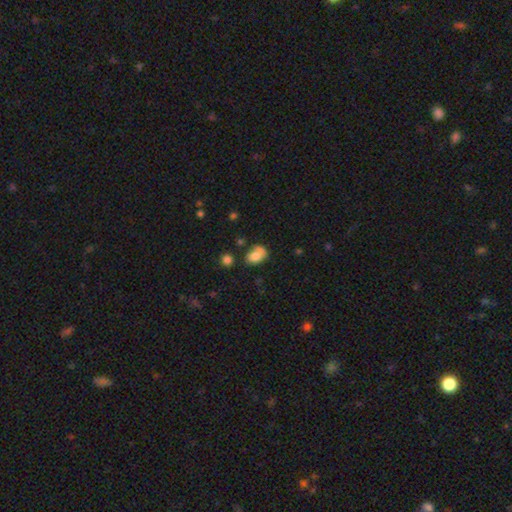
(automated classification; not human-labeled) Q: Smooth or featured?
A: smooth (75%); runner-up: featured or disk (16%)
Q: How rounded?
A: in between (76%); runner-up: round (23%)
Q: Merging?
A: none (43%); runner-up: minor disturbance (27%)